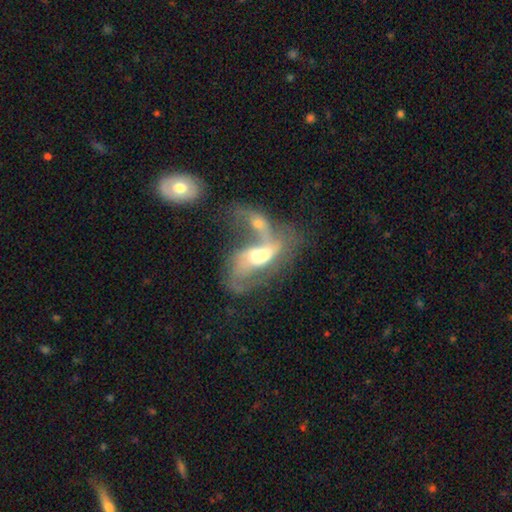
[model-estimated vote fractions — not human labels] Smooth or featured?
  - featured or disk: 66% *
  - smooth: 25%
  - star or artifact: 9%
Edge-on disk?
  - no: 92% *
  - yes: 8%
Bar?
  - no: 56% *
  - weak: 32%
  - strong: 12%
Spiral arms?
  - yes: 62% *
  - no: 38%
Bulge size?
  - moderate: 58% *
  - small: 19%
  - large: 15%
  - none: 5%
  - dominant: 2%
Merging?
  - merger: 72% *
  - major disturbance: 14%
  - none: 9%
  - minor disturbance: 5%